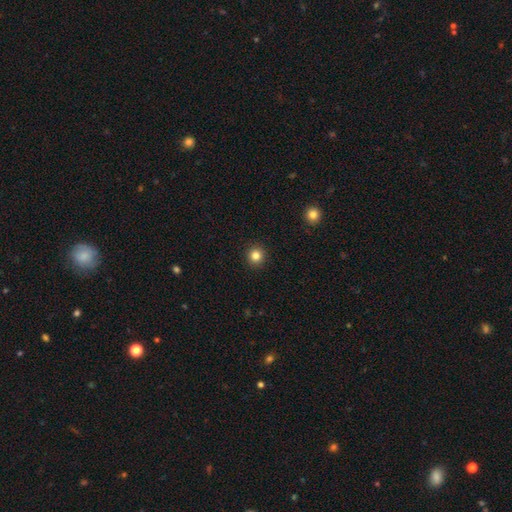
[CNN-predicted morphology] A smooth galaxy with no disk features (83%) that is round (94%). Merging: none (93%).